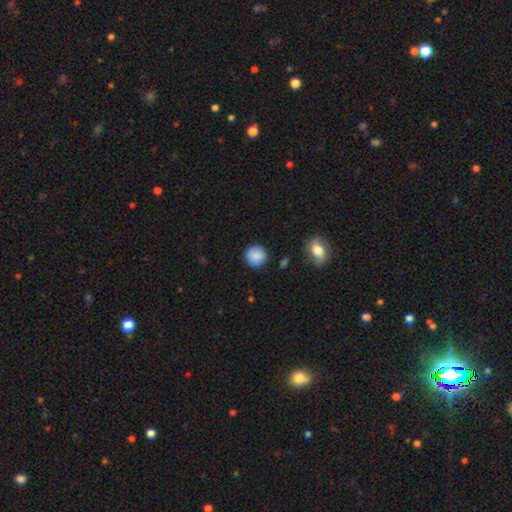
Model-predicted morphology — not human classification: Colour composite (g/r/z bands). It shows a smooth galaxy with no disk features (88%) that is round (93%). Merging: none (87%).